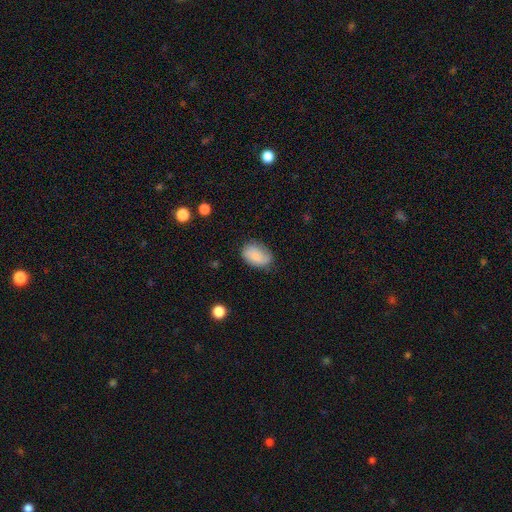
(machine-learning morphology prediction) smooth_or_featured: smooth (p=0.71) [alt: featured or disk p=0.21]
how_rounded: in between (p=0.83) [alt: round p=0.16]
merging: none (p=0.71) [alt: minor disturbance p=0.22]